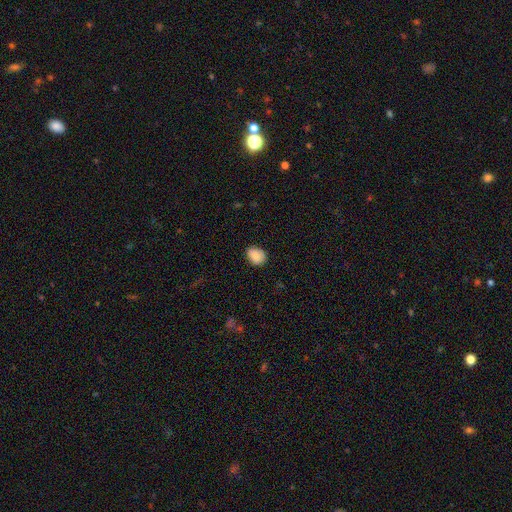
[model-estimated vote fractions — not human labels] This appears to be a smooth galaxy with no disk features (87%) that is in between round and cigar-shaped (64%). Merging: none (80%).